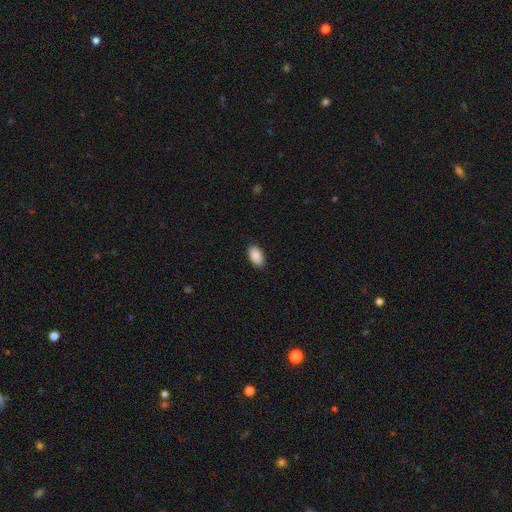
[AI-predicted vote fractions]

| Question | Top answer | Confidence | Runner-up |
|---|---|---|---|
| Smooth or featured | smooth | 90% | star or artifact (7%) |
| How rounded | in between | 95% | round (4%) |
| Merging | none | 88% | minor disturbance (9%) |